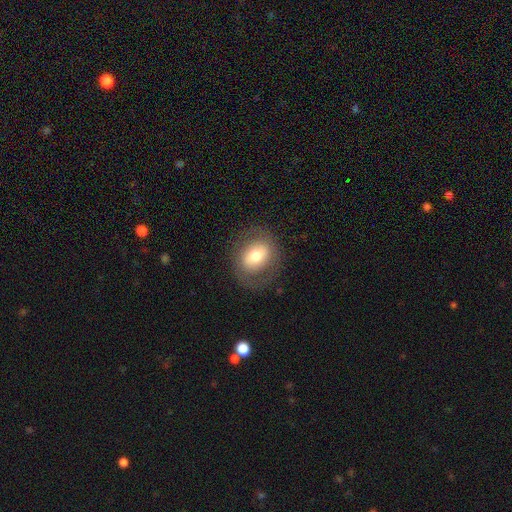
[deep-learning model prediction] Smooth or featured? Predicted: smooth (p=0.57). How rounded? Predicted: in between (p=0.51). Merging? Predicted: none (p=0.79).